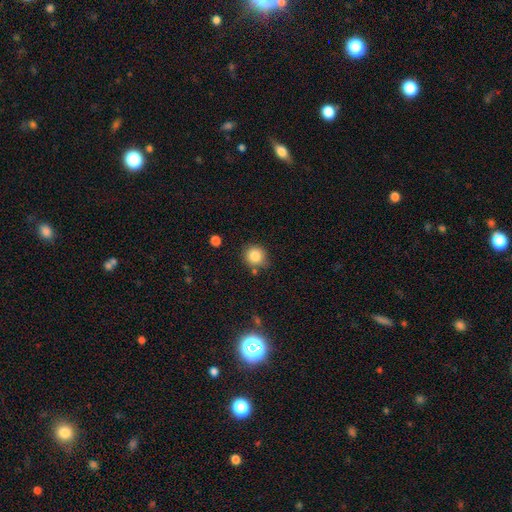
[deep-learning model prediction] Overall: smooth (84%). How rounded: round (89%). Merging: none (77%).